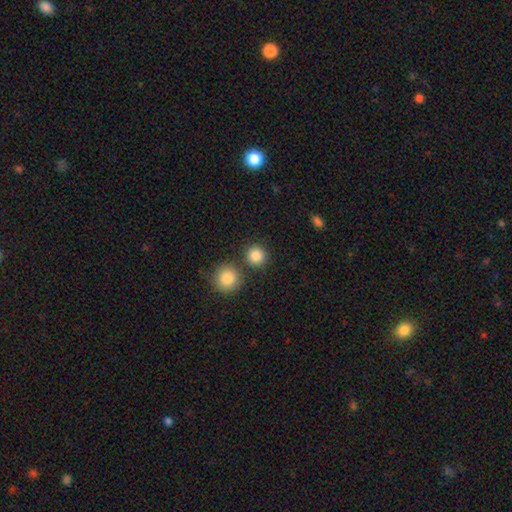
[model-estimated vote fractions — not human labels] Smooth or featured: smooth — 86% (star or artifact — 10%)
How rounded: round — 93% (in between — 6%)
Merging: none — 80% (merger — 11%)